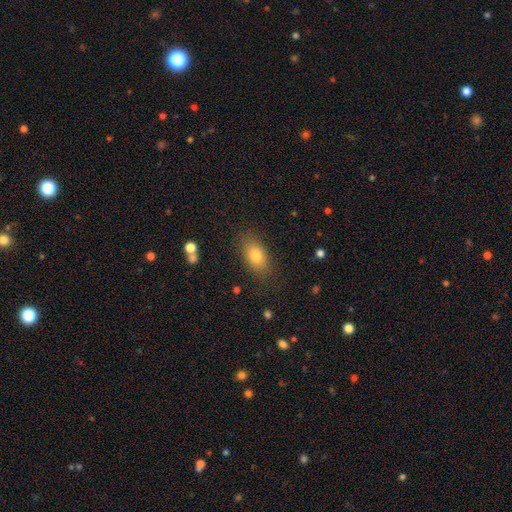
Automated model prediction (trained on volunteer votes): Smooth or featured?
  - smooth: 79% *
  - featured or disk: 12%
  - star or artifact: 9%
How rounded?
  - in between: 87% *
  - round: 9%
  - cigar-shaped: 4%
Merging?
  - none: 82% *
  - minor disturbance: 12%
  - major disturbance: 4%
  - merger: 2%